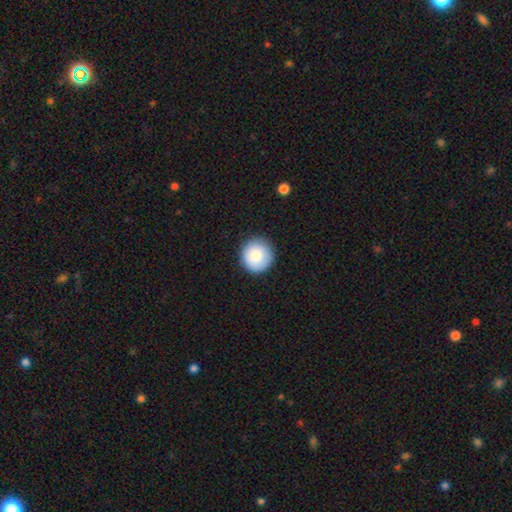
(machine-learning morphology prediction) A smooth galaxy with no disk features (83%) that is round (94%).

Vote fractions:
- Smooth or featured? smooth: 83% / featured or disk: 10% / star or artifact: 7%
- How rounded? round: 94% / in between: 5% / cigar-shaped: 1%
- Merging? none: 90% / minor disturbance: 7% / major disturbance: 2% / merger: 1%